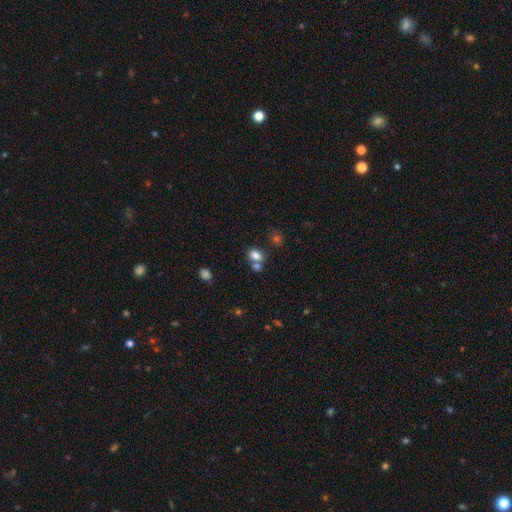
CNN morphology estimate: A smooth galaxy with no disk features (79%) that is in between round and cigar-shaped (77%).

Vote fractions:
- Smooth or featured? smooth: 79% / star or artifact: 12% / featured or disk: 9%
- How rounded? in between: 77% / round: 21% / cigar-shaped: 2%
- Merging? none: 45% / merger: 38% / minor disturbance: 12% / major disturbance: 5%